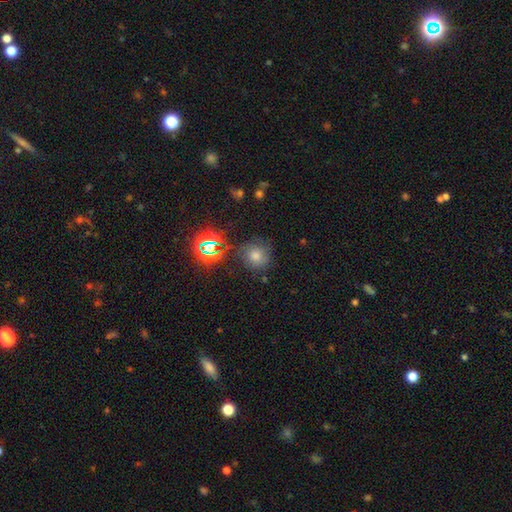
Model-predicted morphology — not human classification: smooth-or-featured: smooth: 52% | star or artifact: 36% | featured or disk: 12%
  how-rounded: round: 90% | in between: 9% | cigar-shaped: 1%
  merging: none: 79% | minor disturbance: 12% | major disturbance: 5% | merger: 4%